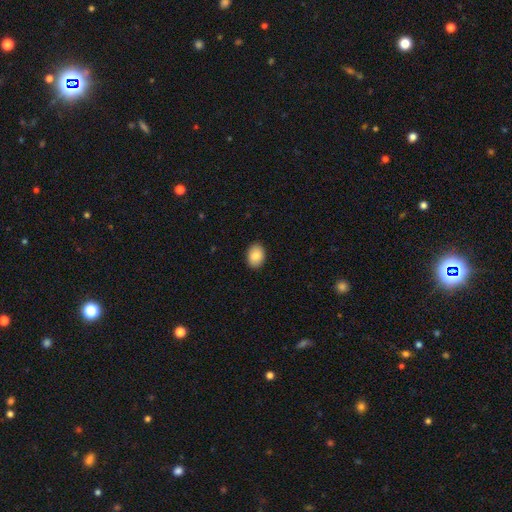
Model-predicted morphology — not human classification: A smooth galaxy with no disk features (87%) that is in between round and cigar-shaped (77%).

Vote fractions:
- Smooth or featured? smooth: 87% / star or artifact: 7% / featured or disk: 6%
- How rounded? in between: 77% / round: 22% / cigar-shaped: 1%
- Merging? none: 90% / minor disturbance: 7% / major disturbance: 2% / merger: 1%